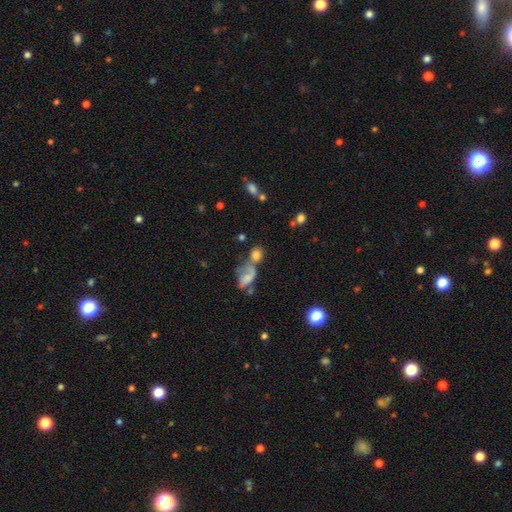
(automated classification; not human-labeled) Morphology: type=smooth (71%); roundness=round (63%); merging=merger (40%).